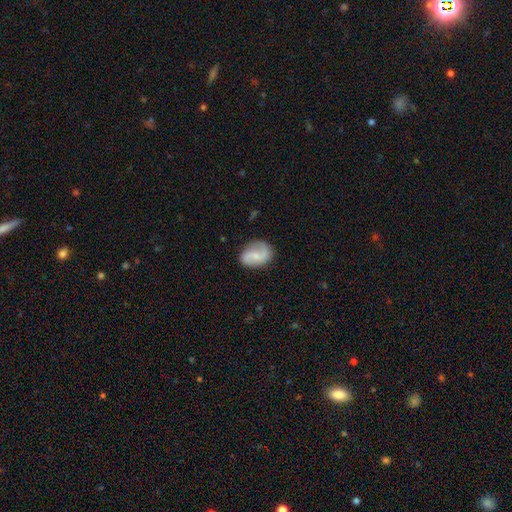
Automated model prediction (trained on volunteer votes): Overall: featured or disk (59%; smooth 34%). Edge-on disk: no (97%). Bar: weak (45%; no 42%). Spiral arms: yes (90%). Spiral arm count: 2 (86%). Spiral winding: loose (54%; medium 34%). Bulge size: small (52%; moderate 24%). Merging: none (77%).